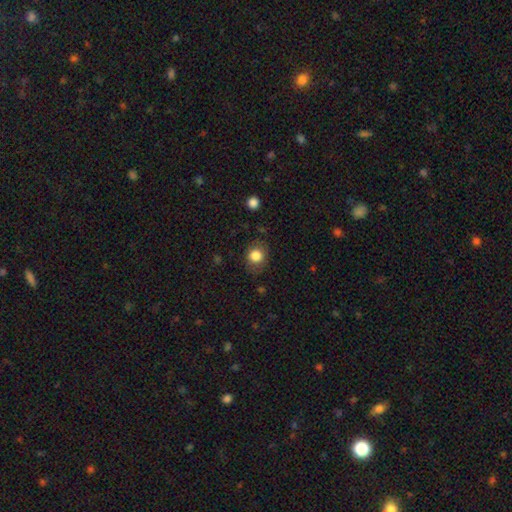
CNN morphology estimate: Smooth or featured? smooth (83%)
How rounded? round (73%)
Merging? none (77%)